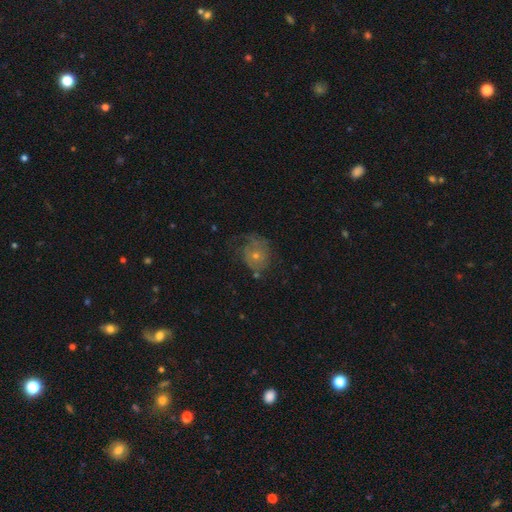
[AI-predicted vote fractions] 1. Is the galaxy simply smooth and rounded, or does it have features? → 53% featured or disk, 31% smooth, 16% star or artifact.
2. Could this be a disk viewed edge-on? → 96% no, 4% yes.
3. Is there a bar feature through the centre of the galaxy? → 84% no, 14% weak, 2% strong.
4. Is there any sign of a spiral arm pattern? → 71% yes, 29% no.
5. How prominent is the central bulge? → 59% small, 35% moderate, 2% none, 2% large, 1% dominant.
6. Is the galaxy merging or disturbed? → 55% none, 23% minor disturbance, 20% major disturbance, 2% merger.